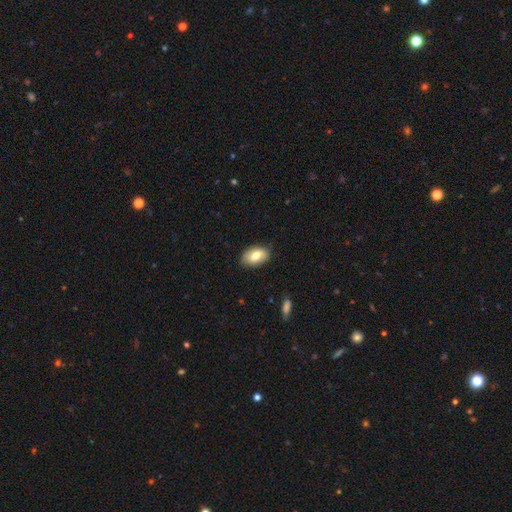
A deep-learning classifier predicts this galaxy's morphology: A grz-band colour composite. It shows a smooth galaxy with no disk features (71%) that is in between round and cigar-shaped (92%). Merging: none (81%).